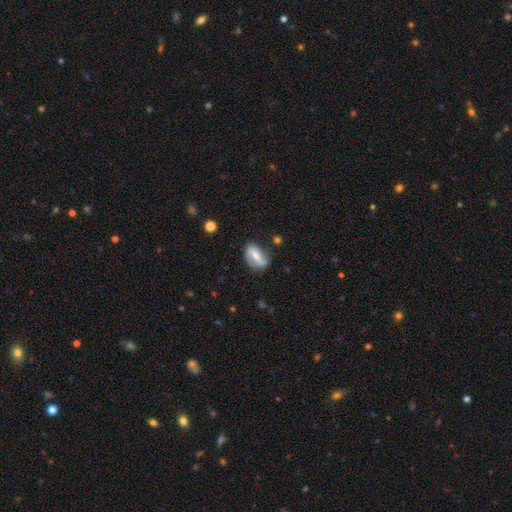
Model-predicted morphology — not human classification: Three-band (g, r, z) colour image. It shows a featured or disk galaxy (49%). Merging: none (66%).